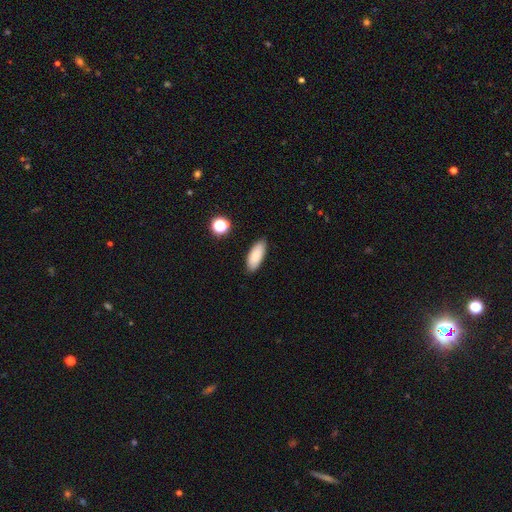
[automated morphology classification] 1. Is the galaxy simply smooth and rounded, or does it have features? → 83% smooth, 9% featured or disk, 7% star or artifact.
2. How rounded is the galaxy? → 80% in between, 18% cigar-shaped, 2% round.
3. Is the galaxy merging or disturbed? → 87% none, 9% minor disturbance, 2% major disturbance, 1% merger.